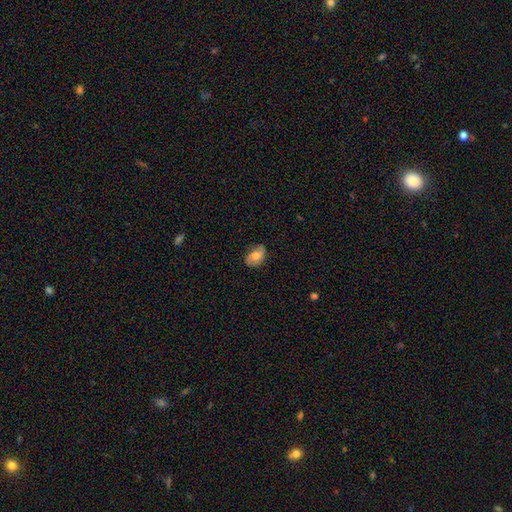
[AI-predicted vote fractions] smooth-or-featured: smooth: 65% | featured or disk: 27% | star or artifact: 8%
  how-rounded: in between: 80% | round: 18% | cigar-shaped: 1%
  merging: none: 70% | minor disturbance: 23% | major disturbance: 5% | merger: 1%